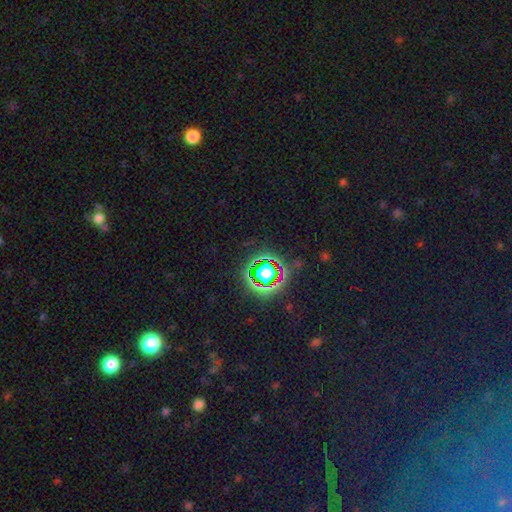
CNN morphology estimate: Smooth or featured: star or artifact — 78% (smooth — 14%)